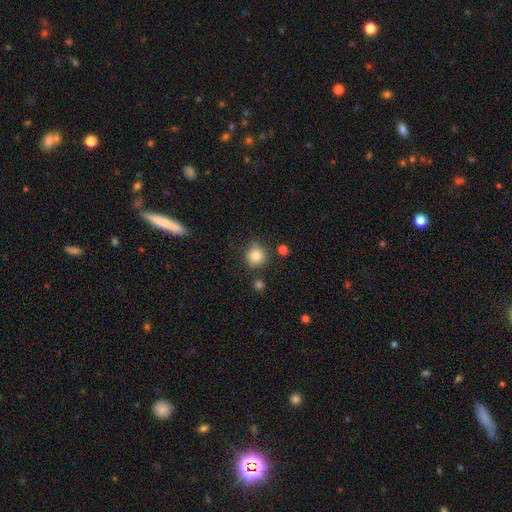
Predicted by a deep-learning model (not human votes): smooth-or-featured: smooth: 83% | star or artifact: 11% | featured or disk: 6%
  how-rounded: round: 91% | in between: 8% | cigar-shaped: 1%
  merging: none: 81% | minor disturbance: 12% | merger: 5% | major disturbance: 3%